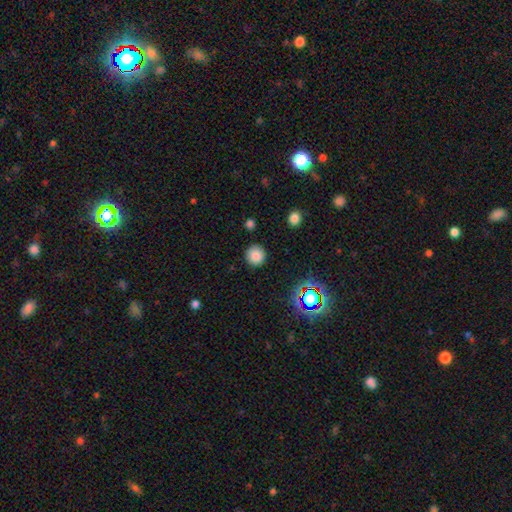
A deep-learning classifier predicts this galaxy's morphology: Smooth or featured? Predicted: smooth (p=0.83). How rounded? Predicted: round (p=0.93). Merging? Predicted: none (p=0.89).